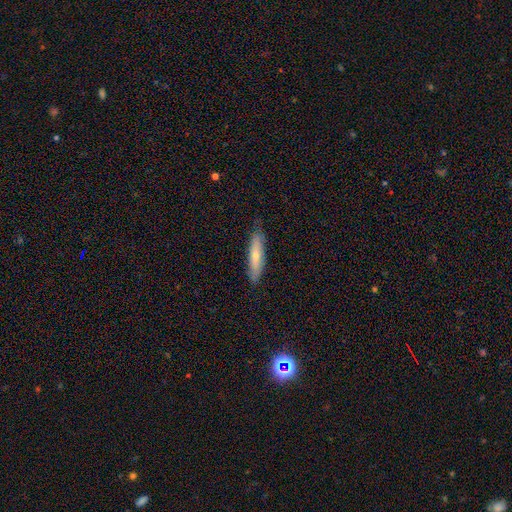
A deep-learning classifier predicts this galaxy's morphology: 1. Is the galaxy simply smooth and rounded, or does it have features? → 64% smooth, 30% featured or disk, 6% star or artifact.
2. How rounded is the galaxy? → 78% cigar-shaped, 20% in between, 2% round.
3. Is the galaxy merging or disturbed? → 83% none, 14% minor disturbance, 2% major disturbance, 1% merger.